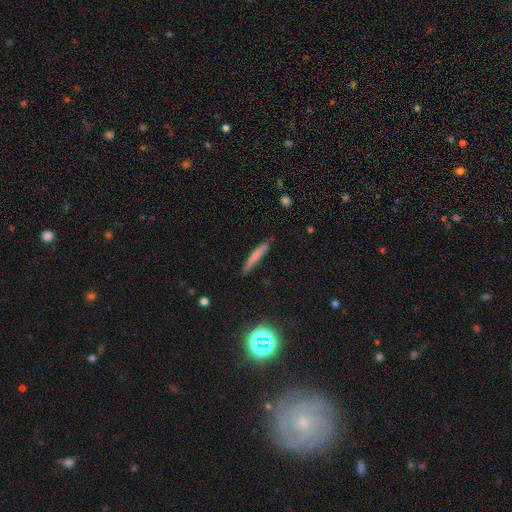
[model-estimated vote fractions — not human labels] This appears to be a smooth galaxy with no disk features (69%) that is cigar-shaped (94%). Merging: none (83%).